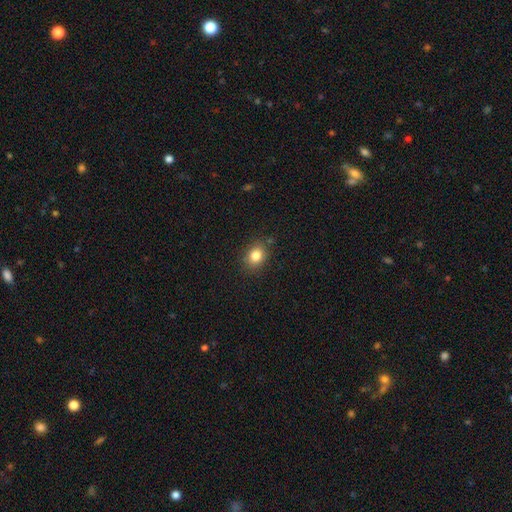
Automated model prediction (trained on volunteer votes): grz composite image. It shows a smooth galaxy with no disk features (82%) that is in between round and cigar-shaped (50%). Merging: none (84%).